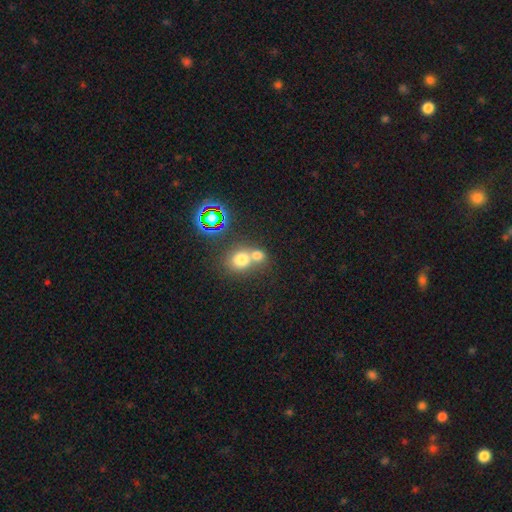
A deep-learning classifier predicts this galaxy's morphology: This is possibly a smooth galaxy (55%). How rounded: likely round (74%). Merging: possibly none (45%).